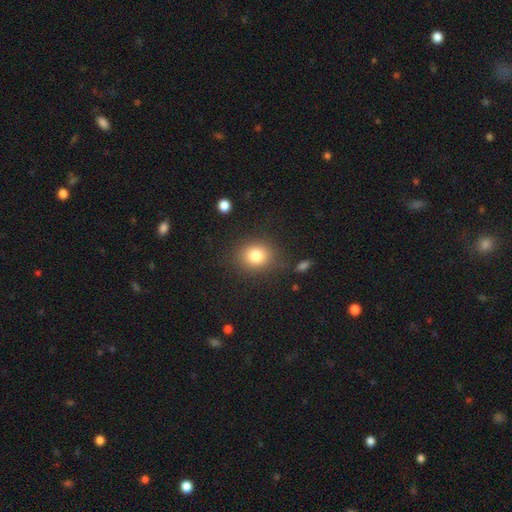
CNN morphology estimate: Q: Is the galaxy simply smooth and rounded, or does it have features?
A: smooth — 81%.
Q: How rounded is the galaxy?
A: round — 73%.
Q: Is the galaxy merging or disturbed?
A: none — 84%.